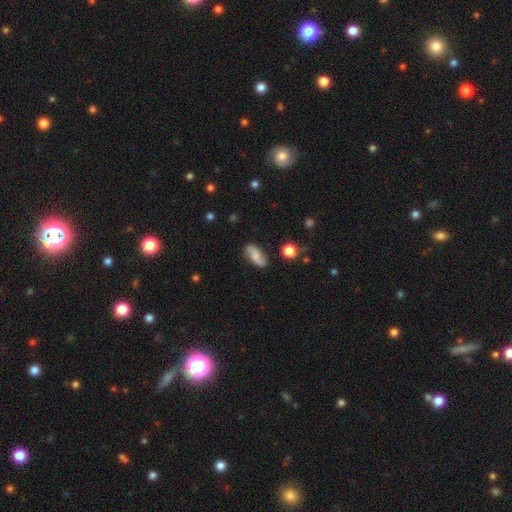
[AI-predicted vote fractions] A smooth galaxy with no disk features (53%) that is in between round and cigar-shaped (85%). Merging: none (80%).